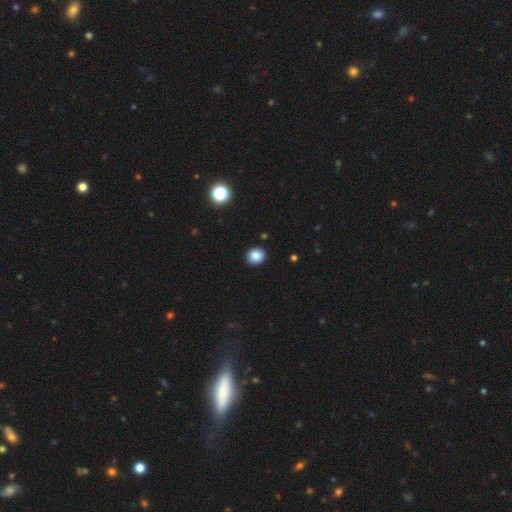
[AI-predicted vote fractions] Smooth or featured?
  - smooth: 86% *
  - star or artifact: 11%
  - featured or disk: 4%
How rounded?
  - round: 80% *
  - in between: 19%
  - cigar-shaped: 1%
Merging?
  - none: 90% *
  - minor disturbance: 7%
  - major disturbance: 2%
  - merger: 1%